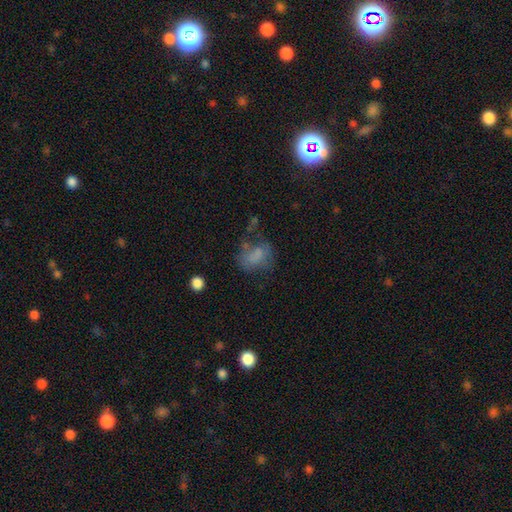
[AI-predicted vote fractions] Smooth or featured? Predicted: smooth (p=0.61). How rounded? Predicted: in between (p=0.69). Merging? Predicted: none (p=0.43).